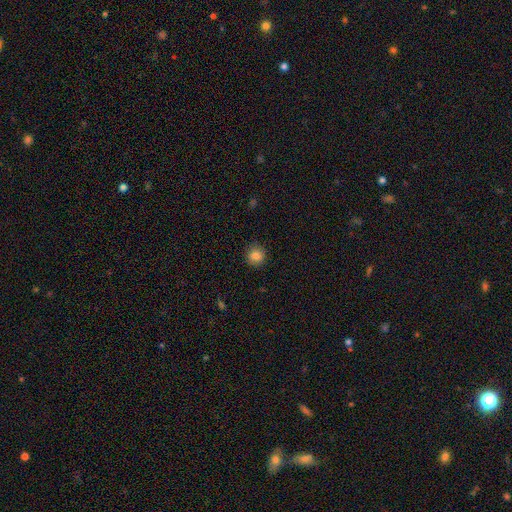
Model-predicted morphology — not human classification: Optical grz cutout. It shows a smooth galaxy with no disk features (85%) that is round (91%). Merging: none (88%).